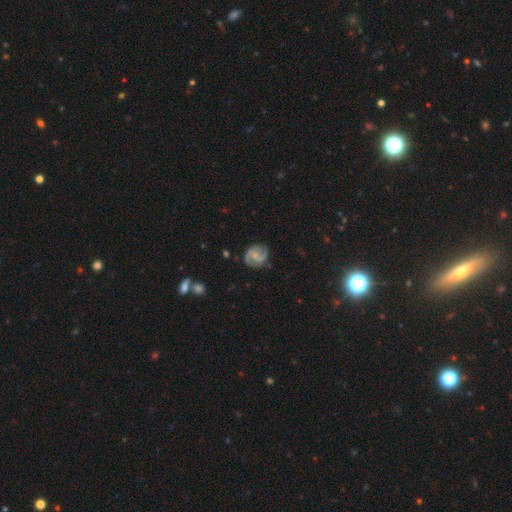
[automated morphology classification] Smooth or featured?
  - featured or disk: 83% *
  - smooth: 12%
  - star or artifact: 5%
Edge-on disk?
  - no: 98% *
  - yes: 2%
Bar?
  - weak: 48% *
  - no: 40%
  - strong: 13%
Spiral arms?
  - yes: 96% *
  - no: 4%
Spiral winding?
  - medium: 53% *
  - loose: 27%
  - tight: 21%
Spiral arm count?
  - 2: 89% *
  - can't tell: 4%
  - 3: 3%
  - 1: 2%
  - 4: 1%
  - more than 4: 1%
Bulge size?
  - small: 61% *
  - moderate: 20%
  - none: 17%
  - large: 1%
  - dominant: 1%
Merging?
  - none: 79% *
  - minor disturbance: 15%
  - major disturbance: 5%
  - merger: 2%